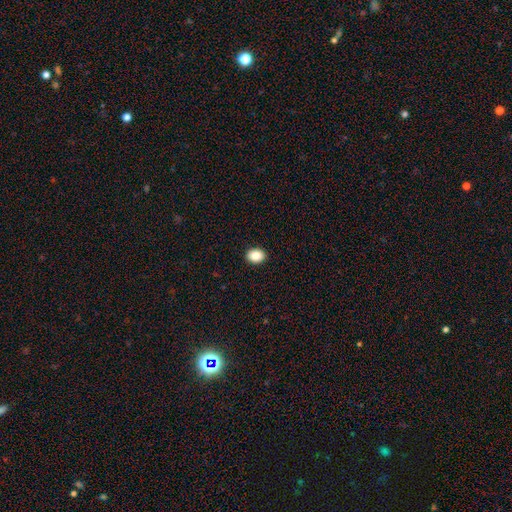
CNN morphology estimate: Smooth or featured: smooth — 86% (star or artifact — 9%)
How rounded: in between — 59% (round — 40%)
Merging: none — 92% (minor disturbance — 6%)